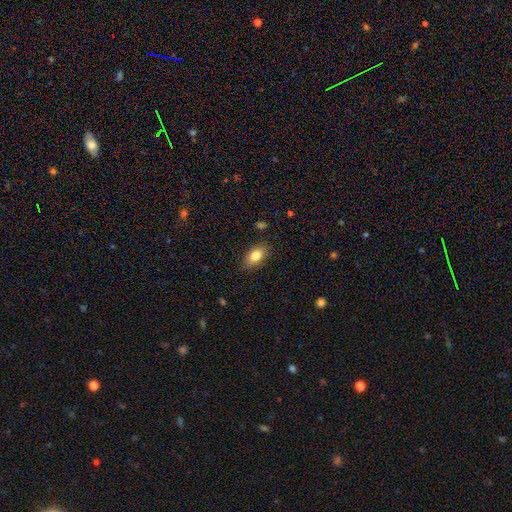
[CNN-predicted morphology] This is clearly a smooth galaxy (81%). How rounded: clearly in between (89%). Merging: clearly none (85%).